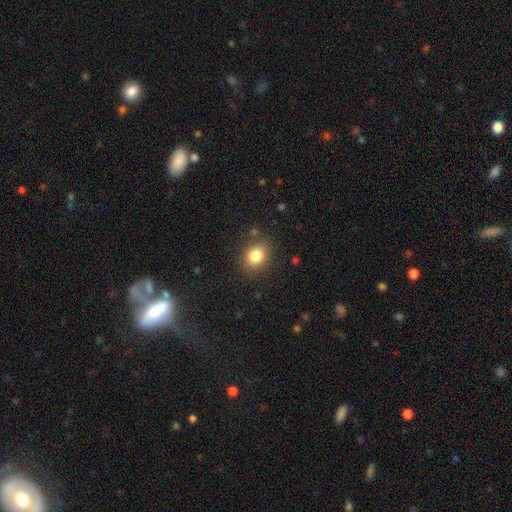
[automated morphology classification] A smooth galaxy with no disk features (82%) that is round (51%). Merging: none (85%).